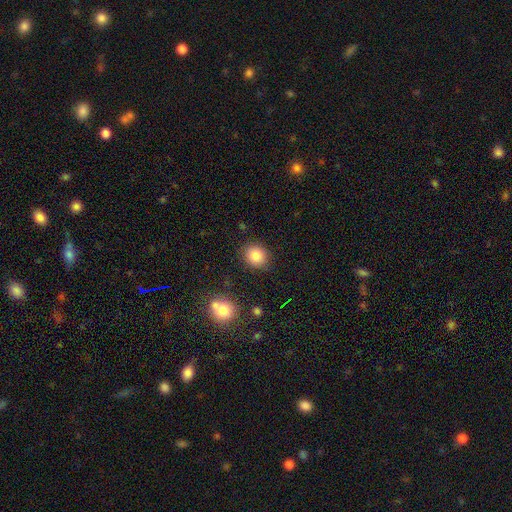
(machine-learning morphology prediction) Smooth or featured? smooth (83%)
How rounded? round (74%)
Merging? none (87%)